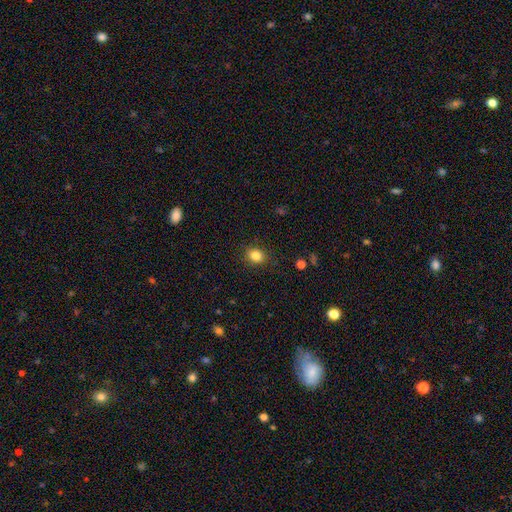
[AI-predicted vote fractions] smooth-or-featured: smooth: 84% | star or artifact: 11% | featured or disk: 5%
  how-rounded: round: 52% | in between: 47% | cigar-shaped: 1%
  merging: none: 86% | minor disturbance: 10% | major disturbance: 3% | merger: 1%